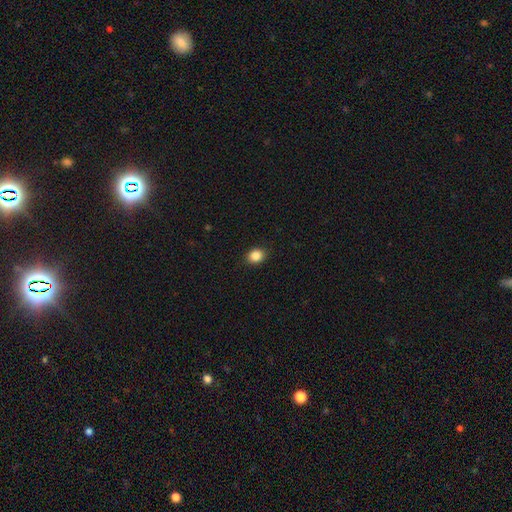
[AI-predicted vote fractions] This is clearly a smooth galaxy (86%). How rounded: possibly round (57%). Merging: clearly none (90%).